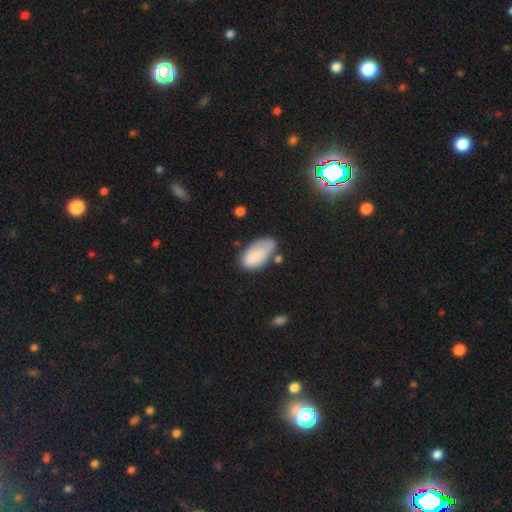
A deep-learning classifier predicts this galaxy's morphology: smooth_or_featured: smooth (p=0.78) [alt: featured or disk p=0.16]
how_rounded: in between (p=0.94) [alt: round p=0.03]
merging: none (p=0.48) [alt: minor disturbance p=0.30]